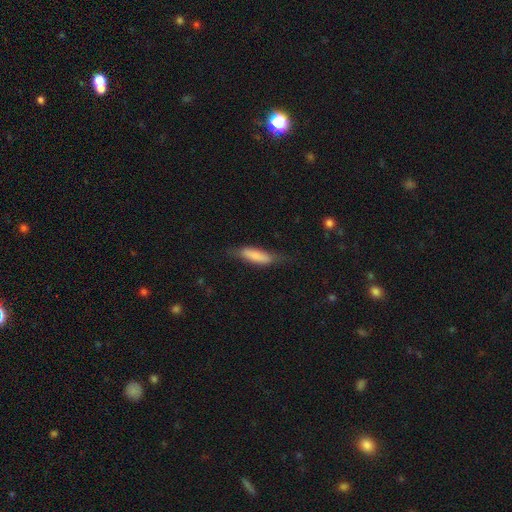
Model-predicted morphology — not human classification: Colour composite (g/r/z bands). It shows a smooth galaxy with no disk features (77%) that is cigar-shaped (57%). Merging: none (64%).